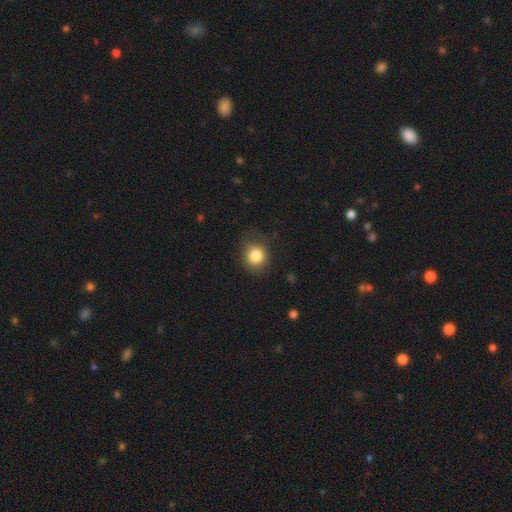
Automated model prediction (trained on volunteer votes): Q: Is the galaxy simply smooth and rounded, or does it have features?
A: smooth — 83%.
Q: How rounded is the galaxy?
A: round — 80%.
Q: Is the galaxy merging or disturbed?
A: none — 75%.